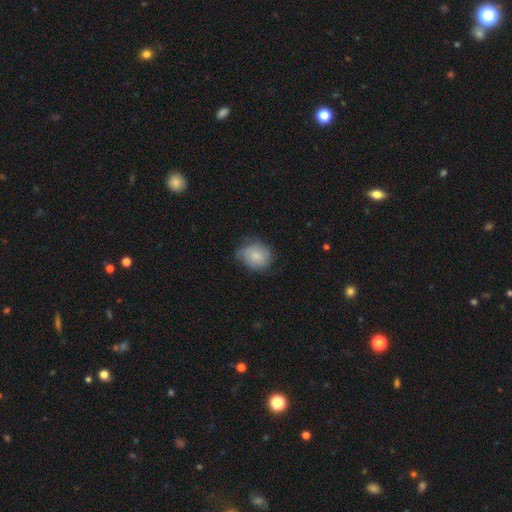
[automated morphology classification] smooth_or_featured: smooth (p=0.71) [alt: featured or disk p=0.21]
how_rounded: round (p=0.57) [alt: in between p=0.42]
merging: none (p=0.54) [alt: minor disturbance p=0.35]